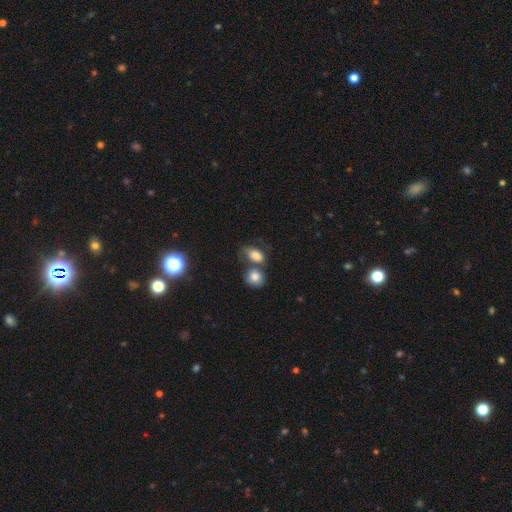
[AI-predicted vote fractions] Smooth or featured?
  - smooth: 79% *
  - featured or disk: 11%
  - star or artifact: 10%
How rounded?
  - in between: 78% *
  - round: 20%
  - cigar-shaped: 2%
Merging?
  - merger: 39% *
  - none: 38%
  - minor disturbance: 15%
  - major disturbance: 8%